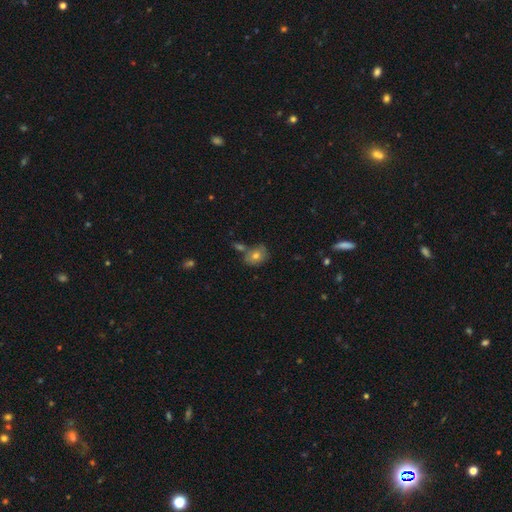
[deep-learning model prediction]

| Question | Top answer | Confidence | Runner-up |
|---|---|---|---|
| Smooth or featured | smooth | 72% | featured or disk (17%) |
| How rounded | round | 50% | in between (49%) |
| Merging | none | 60% | minor disturbance (18%) |